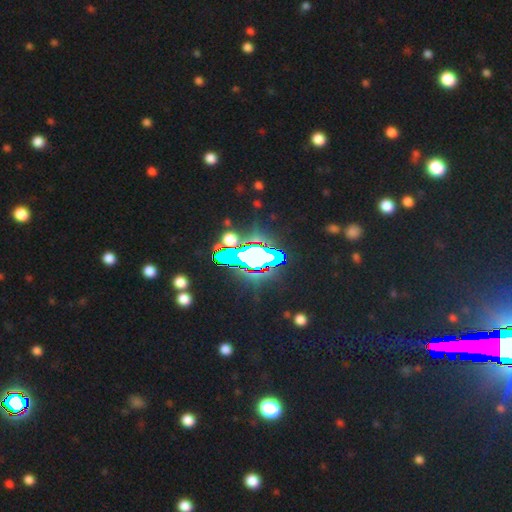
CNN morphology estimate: Smooth or featured: star or artifact — 83% (smooth — 9%)